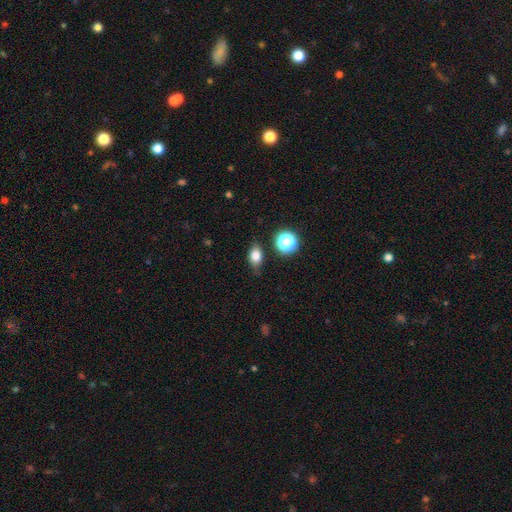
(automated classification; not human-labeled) Smooth or featured? smooth (79%)
How rounded? in between (74%)
Merging? none (76%)